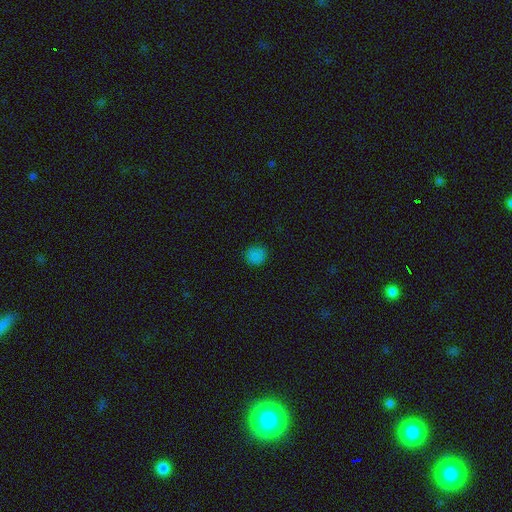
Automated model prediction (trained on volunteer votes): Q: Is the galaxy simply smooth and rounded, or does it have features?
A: smooth — 81%.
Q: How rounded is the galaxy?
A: round — 87%.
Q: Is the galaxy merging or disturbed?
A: none — 88%.